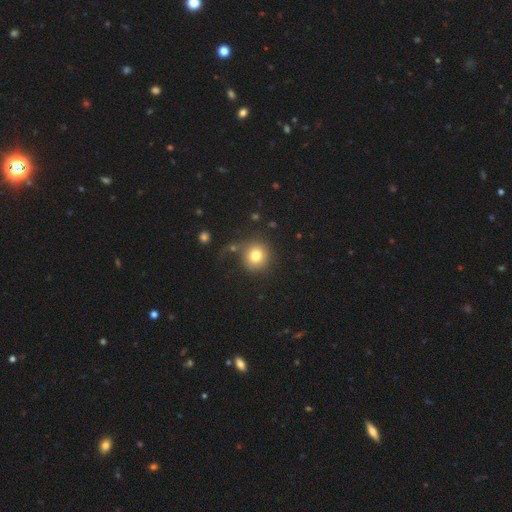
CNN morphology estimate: Overall: smooth (78%). How rounded: round (92%). Merging: none (66%).